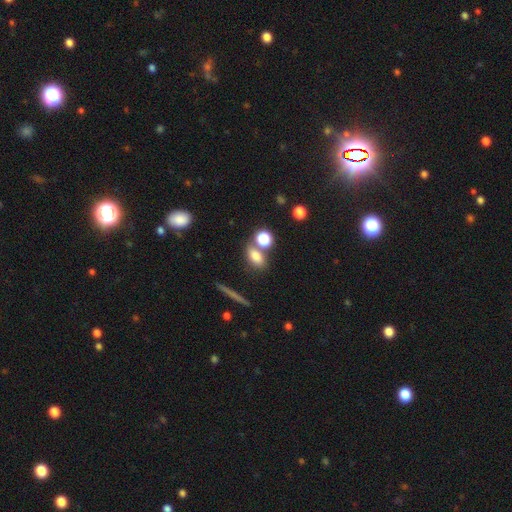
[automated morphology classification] Overall: smooth (77%). How rounded: in between (70%). Merging: none (55%; merger 31%).